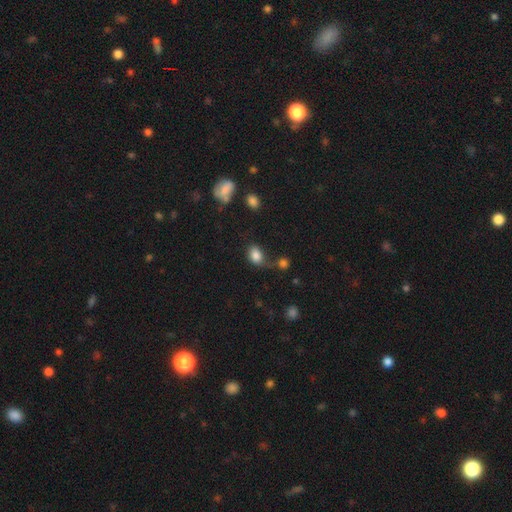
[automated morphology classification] Q: Smooth or featured?
A: smooth (83%); runner-up: star or artifact (10%)
Q: How rounded?
A: in between (73%); runner-up: round (26%)
Q: Merging?
A: none (45%); runner-up: minor disturbance (24%)